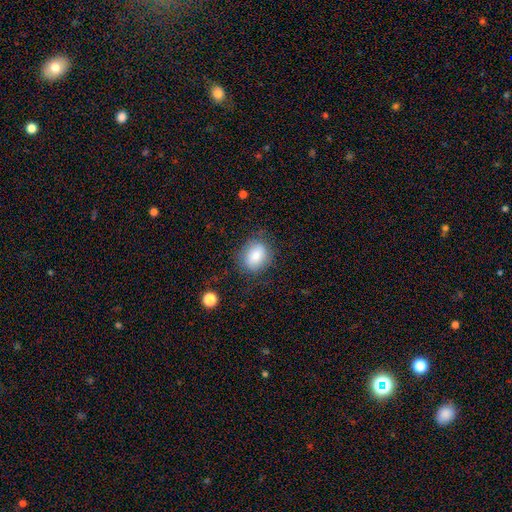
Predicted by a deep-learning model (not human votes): Smooth or featured: smooth — 79% (featured or disk — 12%)
How rounded: in between — 51% (round — 47%)
Merging: none — 75% (minor disturbance — 17%)